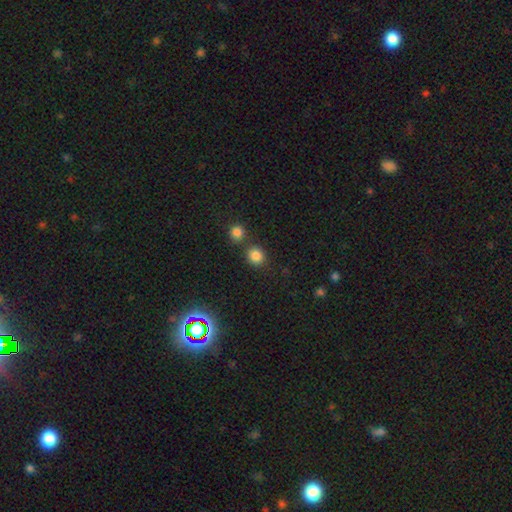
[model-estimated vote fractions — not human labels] Smooth or featured: smooth — 83% (star or artifact — 13%)
How rounded: round — 84% (in between — 15%)
Merging: none — 73% (merger — 15%)